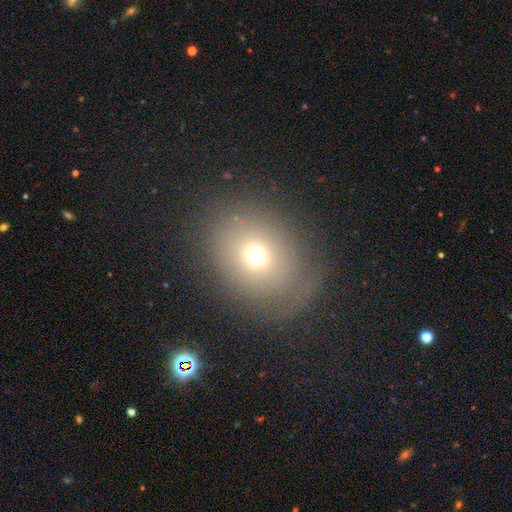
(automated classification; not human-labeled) A smooth galaxy with no disk features (68%) that is round (60%). Merging: none (69%).